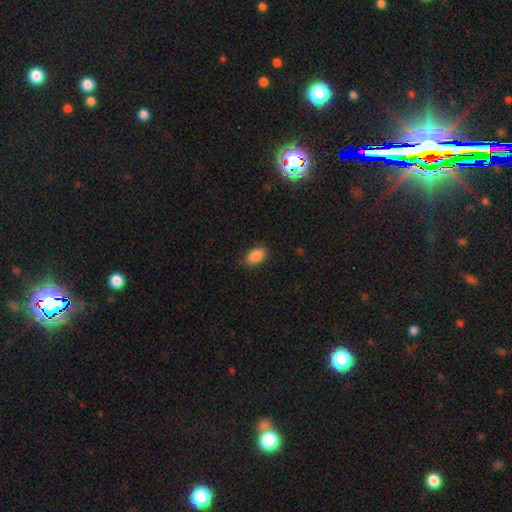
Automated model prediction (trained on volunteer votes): Smooth or featured? Predicted: smooth (p=0.86). How rounded? Predicted: in between (p=0.89). Merging? Predicted: none (p=0.81).